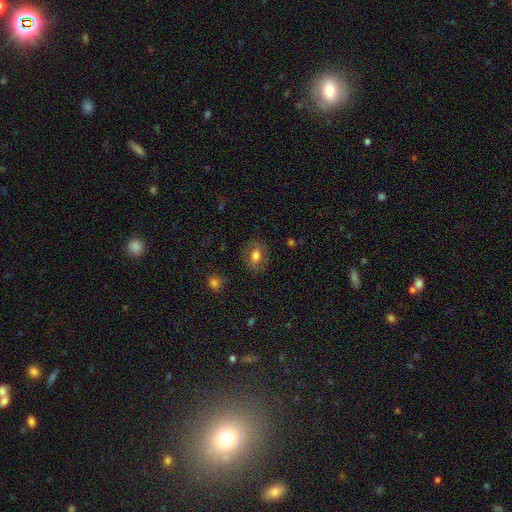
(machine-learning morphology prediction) Smooth or featured?
  - smooth: 63% *
  - featured or disk: 28%
  - star or artifact: 9%
How rounded?
  - in between: 54% *
  - round: 44%
  - cigar-shaped: 1%
Merging?
  - none: 81% *
  - minor disturbance: 13%
  - major disturbance: 5%
  - merger: 1%